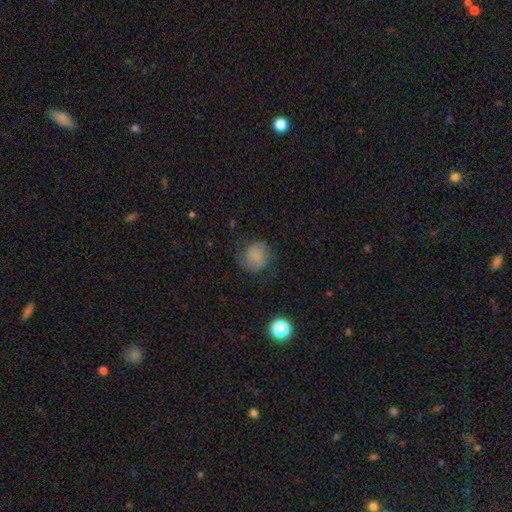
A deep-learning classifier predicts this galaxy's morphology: Smooth or featured: smooth — 54% (featured or disk — 34%)
How rounded: round — 78% (in between — 21%)
Merging: none — 66% (minor disturbance — 21%)